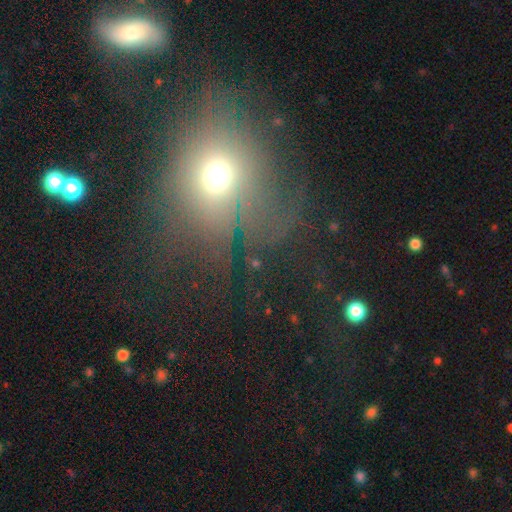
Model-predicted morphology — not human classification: smooth-or-featured: smooth: 53% | star or artifact: 29% | featured or disk: 17%
  how-rounded: round: 72% | in between: 26% | cigar-shaped: 2%
  merging: none: 54% | major disturbance: 21% | minor disturbance: 18% | merger: 6%